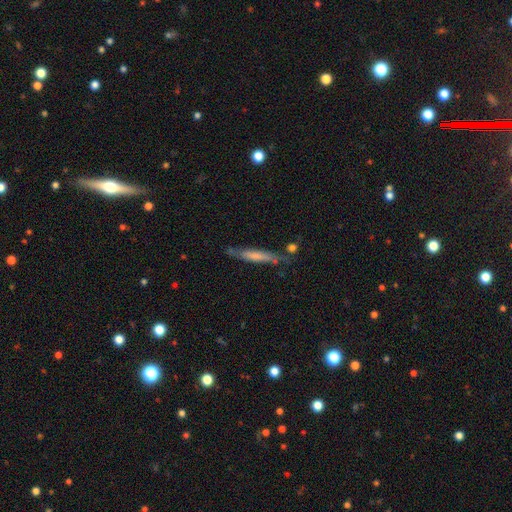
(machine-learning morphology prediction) Q: Smooth or featured?
A: smooth (56%); runner-up: featured or disk (38%)
Q: How rounded?
A: cigar-shaped (91%); runner-up: in between (8%)
Q: Merging?
A: none (64%); runner-up: minor disturbance (22%)